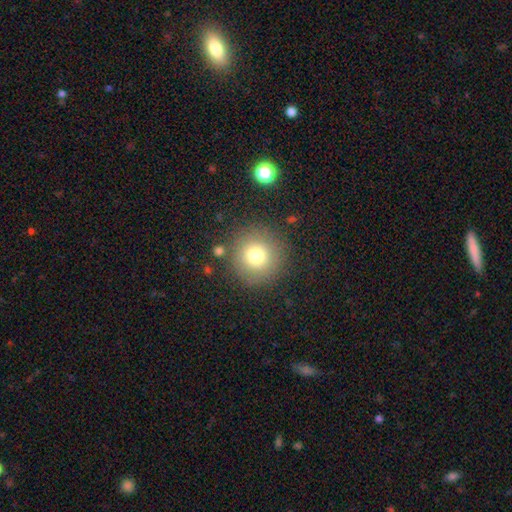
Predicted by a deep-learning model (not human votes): Overall: smooth (74%). How rounded: round (96%). Merging: none (86%).